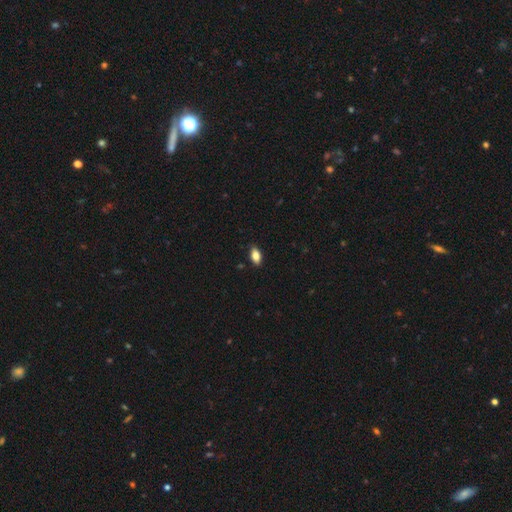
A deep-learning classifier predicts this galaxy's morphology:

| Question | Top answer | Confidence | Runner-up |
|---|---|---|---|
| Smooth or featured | smooth | 83% | featured or disk (9%) |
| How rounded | in between | 90% | round (5%) |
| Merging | none | 86% | minor disturbance (11%) |